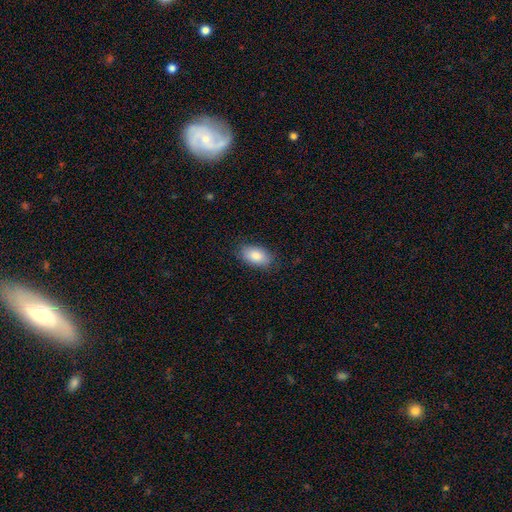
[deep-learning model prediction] Smooth or featured?
  - smooth: 85% *
  - featured or disk: 8%
  - star or artifact: 7%
How rounded?
  - in between: 93% *
  - round: 5%
  - cigar-shaped: 2%
Merging?
  - none: 84% *
  - minor disturbance: 12%
  - major disturbance: 3%
  - merger: 1%